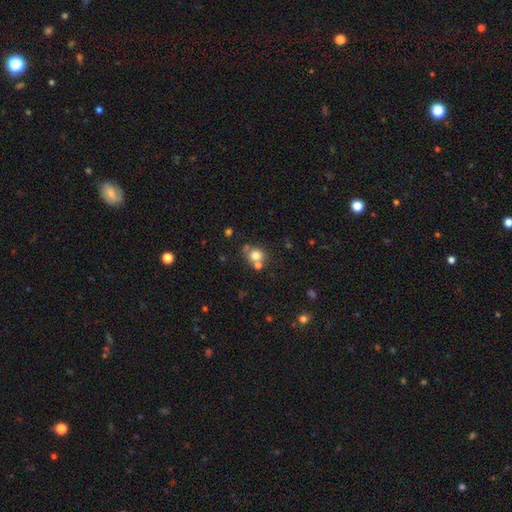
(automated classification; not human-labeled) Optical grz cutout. It shows a smooth galaxy with no disk features (76%) that is round (78%). Merging: none (54%).